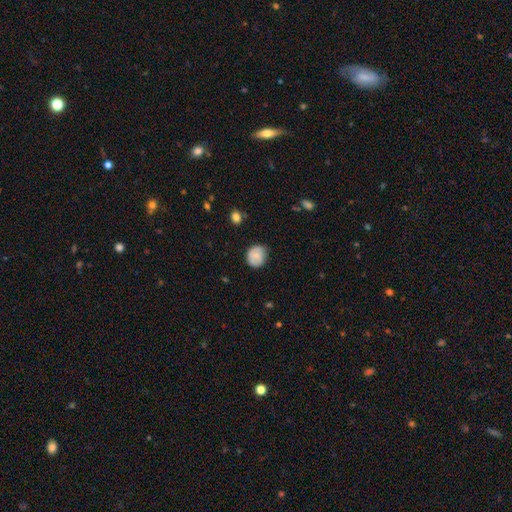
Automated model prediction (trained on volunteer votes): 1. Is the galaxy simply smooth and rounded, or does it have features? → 68% smooth, 24% featured or disk, 7% star or artifact.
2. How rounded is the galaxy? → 72% round, 27% in between, 1% cigar-shaped.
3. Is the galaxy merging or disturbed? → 66% none, 28% minor disturbance, 5% major disturbance, 1% merger.